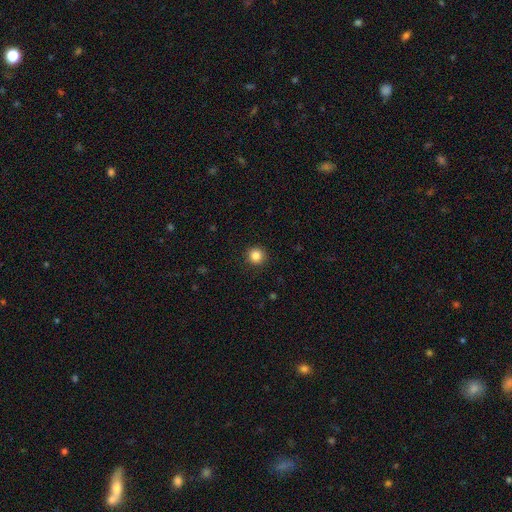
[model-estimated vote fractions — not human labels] Overall: smooth (85%). How rounded: round (95%). Merging: none (92%).